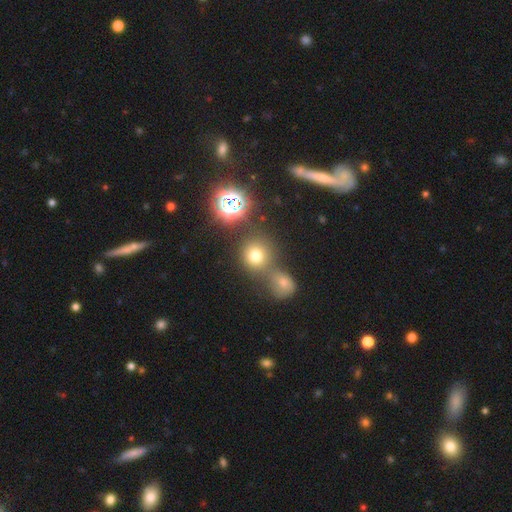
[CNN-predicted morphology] smooth-or-featured: smooth: 68% | star or artifact: 23% | featured or disk: 9%
  how-rounded: round: 89% | in between: 10% | cigar-shaped: 1%
  merging: none: 59% | merger: 29% | minor disturbance: 8% | major disturbance: 4%